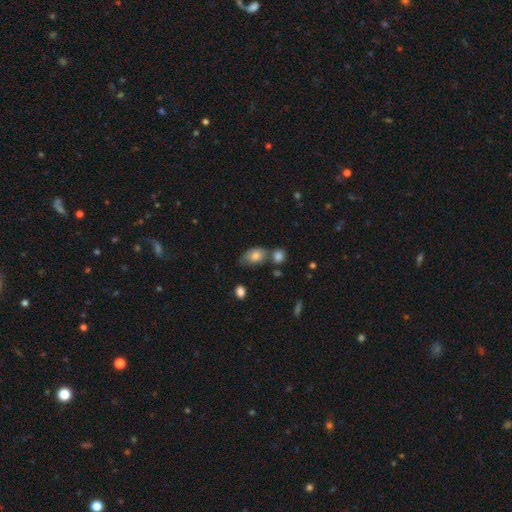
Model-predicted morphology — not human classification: Q: Smooth or featured?
A: smooth (77%); runner-up: featured or disk (15%)
Q: How rounded?
A: in between (84%); runner-up: round (15%)
Q: Merging?
A: none (45%); runner-up: merger (24%)